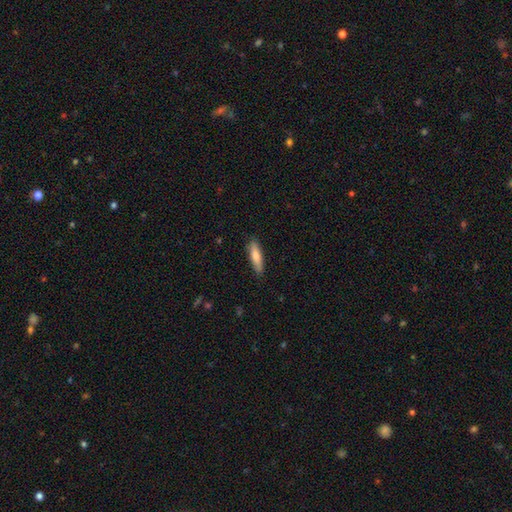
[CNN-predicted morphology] Smooth or featured? smooth (74%)
How rounded? cigar-shaped (73%)
Merging? none (86%)